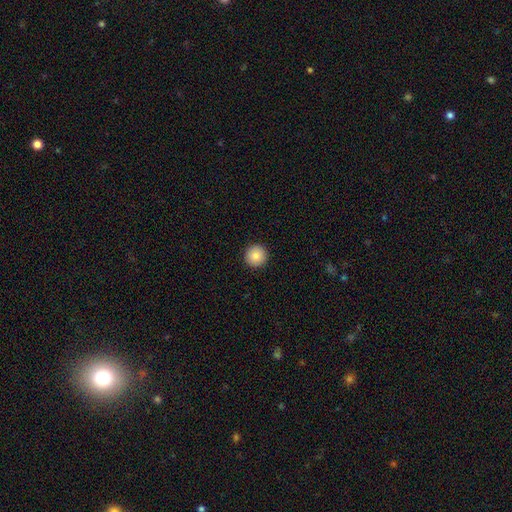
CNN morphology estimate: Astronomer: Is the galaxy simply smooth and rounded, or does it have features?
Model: smooth — 87%.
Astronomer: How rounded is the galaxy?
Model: round — 96%.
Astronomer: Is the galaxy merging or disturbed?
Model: none — 93%.